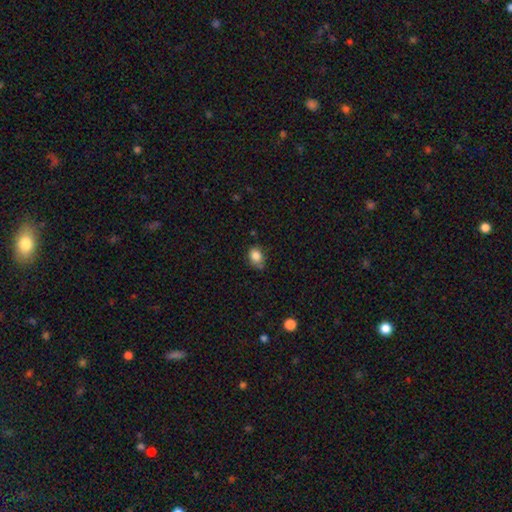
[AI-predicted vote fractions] Smooth or featured: smooth — 84% (star or artifact — 10%)
How rounded: in between — 64% (round — 35%)
Merging: none — 60% (minor disturbance — 31%)